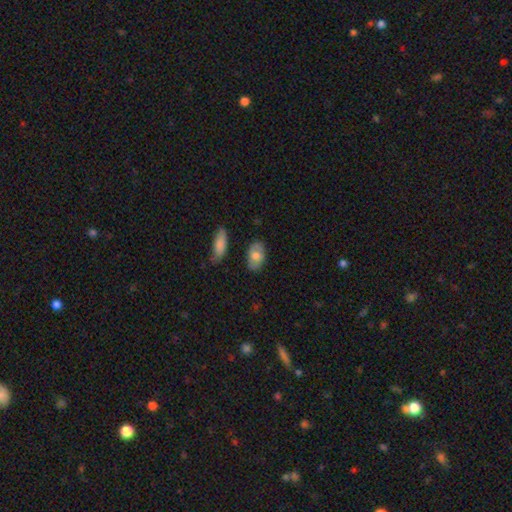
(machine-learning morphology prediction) Overall: smooth (69%). How rounded: in between (91%). Merging: none (80%).